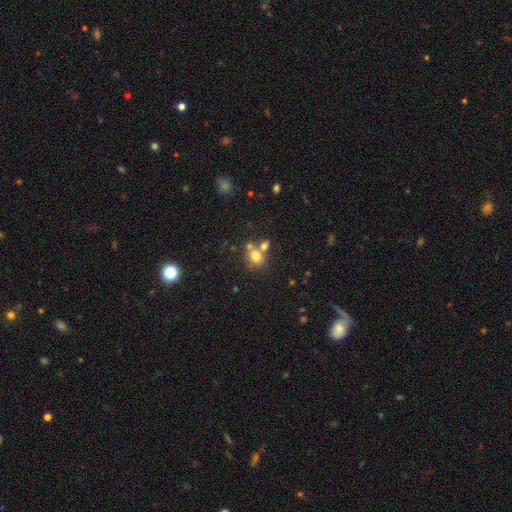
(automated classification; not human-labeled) Smooth or featured? smooth (74%)
How rounded? round (66%)
Merging? none (46%)